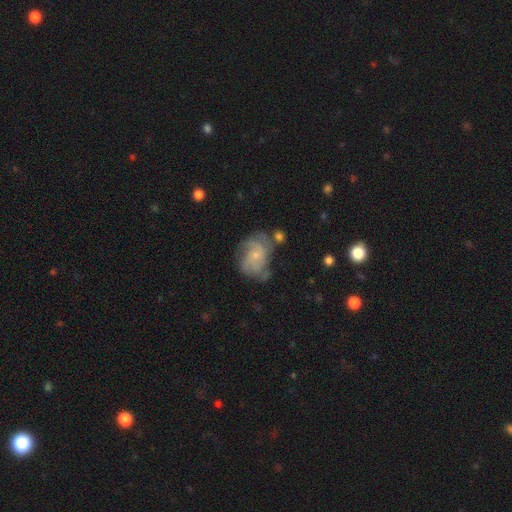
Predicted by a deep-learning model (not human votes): A featured or disk galaxy (71%) with no bar (72%), 3 (30%) medium (45%) spiral arms (88%) and a small central bulge (72%).

Vote fractions:
- Smooth or featured? featured or disk: 71% / smooth: 22% / star or artifact: 7%
- Edge-on disk? no: 98% / yes: 2%
- Bar? no: 72% / weak: 24% / strong: 3%
- Spiral arms? yes: 88% / no: 12%
- Spiral winding? medium: 45% / tight: 35% / loose: 20%
- Spiral arm count? 3: 30% / can't tell: 27% / 2: 23% / 4: 10% / 1: 5% / more than 4: 5%
- Bulge size? small: 72% / moderate: 21% / none: 4% / large: 1% / dominant: 1%
- Merging? none: 51% / minor disturbance: 27% / major disturbance: 16% / merger: 6%